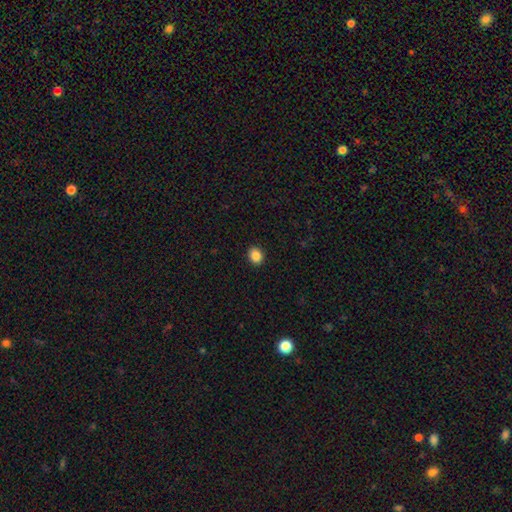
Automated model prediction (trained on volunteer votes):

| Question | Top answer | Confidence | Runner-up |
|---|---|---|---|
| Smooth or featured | smooth | 87% | star or artifact (10%) |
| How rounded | round | 58% | in between (41%) |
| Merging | none | 91% | minor disturbance (6%) |